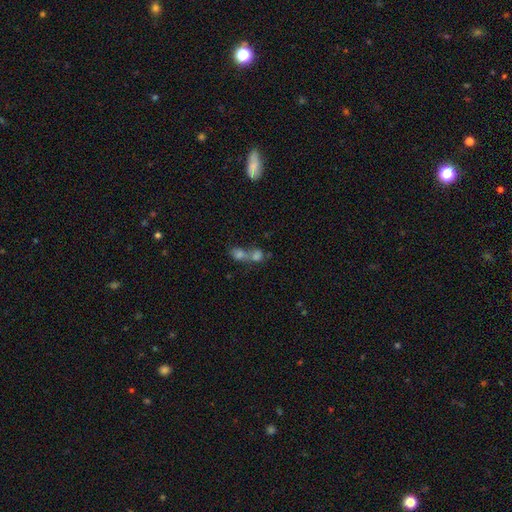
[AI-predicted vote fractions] Smooth or featured: smooth — 67% (star or artifact — 17%)
How rounded: round — 51% (in between — 45%)
Merging: merger — 69% (none — 21%)